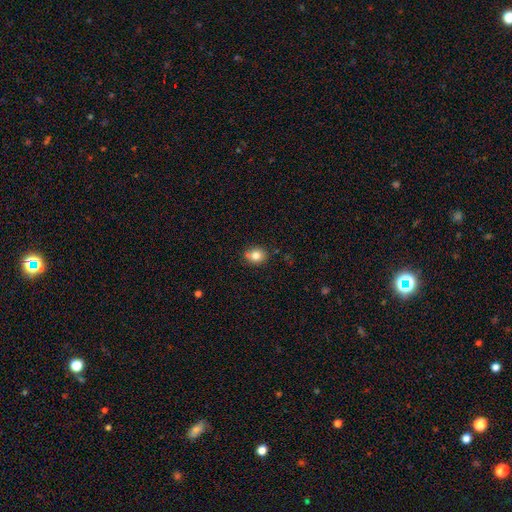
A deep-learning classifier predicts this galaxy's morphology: A smooth galaxy with no disk features (81%) that is round (62%).

Vote fractions:
- Smooth or featured? smooth: 81% / star or artifact: 10% / featured or disk: 8%
- How rounded? round: 62% / in between: 37% / cigar-shaped: 1%
- Merging? none: 77% / minor disturbance: 16% / merger: 5% / major disturbance: 3%